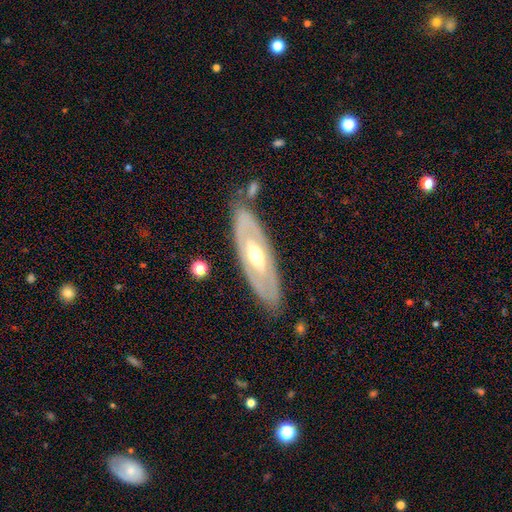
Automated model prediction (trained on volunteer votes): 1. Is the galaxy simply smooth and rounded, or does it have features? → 70% featured or disk, 25% smooth, 5% star or artifact.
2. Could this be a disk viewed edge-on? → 77% no, 23% yes.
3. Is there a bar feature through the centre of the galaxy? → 69% no, 20% weak, 11% strong.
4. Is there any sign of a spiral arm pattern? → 68% no, 32% yes.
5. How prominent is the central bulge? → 73% moderate, 13% large, 12% small, 1% dominant, 1% none.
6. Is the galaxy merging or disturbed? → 81% none, 13% minor disturbance, 4% major disturbance, 3% merger.